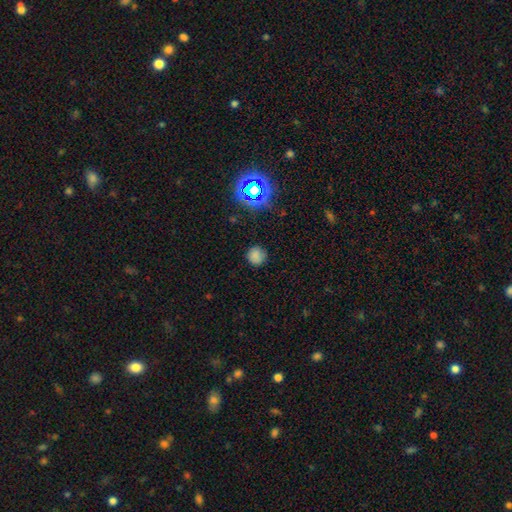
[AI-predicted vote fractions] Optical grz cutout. It shows a smooth galaxy with no disk features (74%) that is round (90%). Merging: none (81%).